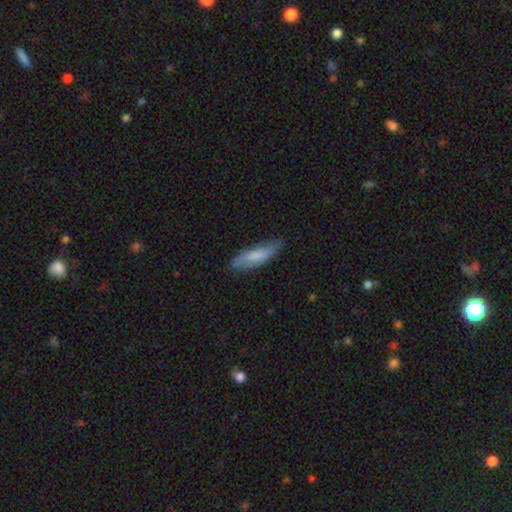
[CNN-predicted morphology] Smooth or featured? smooth (73%)
How rounded? cigar-shaped (61%)
Merging? none (74%)